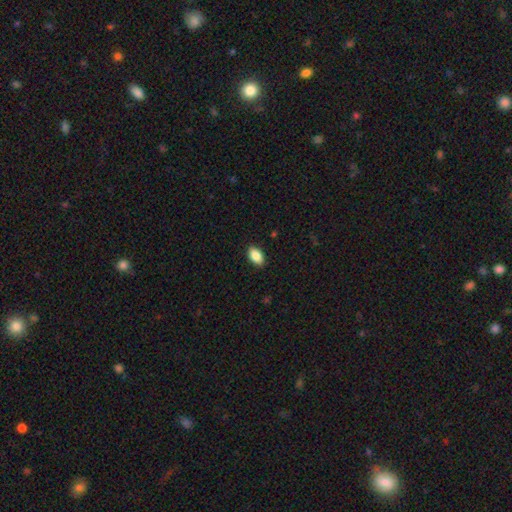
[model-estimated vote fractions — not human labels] Smooth or featured? smooth (87%)
How rounded? in between (92%)
Merging? none (89%)